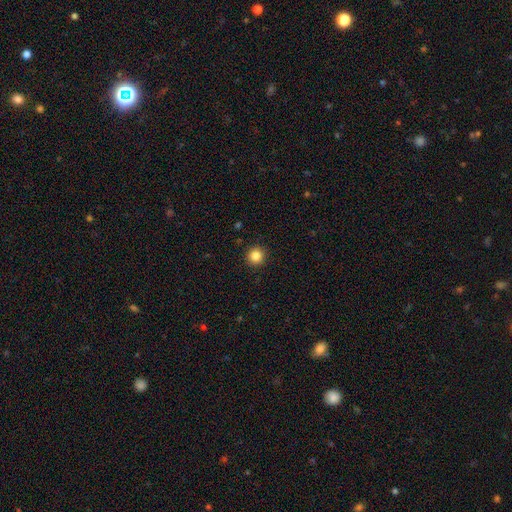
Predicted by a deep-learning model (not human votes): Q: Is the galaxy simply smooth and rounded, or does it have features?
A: smooth — 85%.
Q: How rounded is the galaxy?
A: round — 94%.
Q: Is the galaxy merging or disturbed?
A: none — 92%.